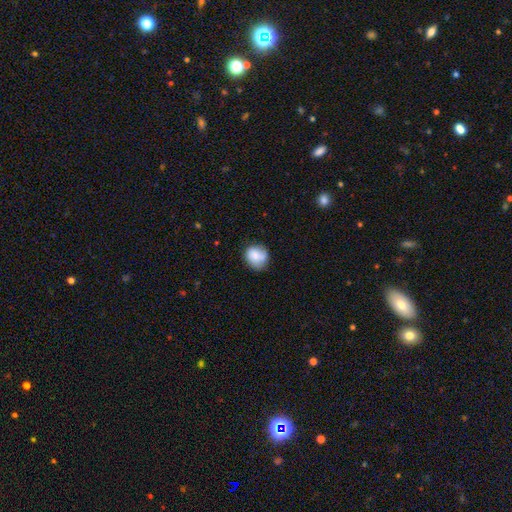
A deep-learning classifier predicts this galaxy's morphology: smooth_or_featured: smooth (p=0.79) [alt: featured or disk p=0.13]
how_rounded: round (p=0.77) [alt: in between p=0.22]
merging: none (p=0.67) [alt: minor disturbance p=0.25]